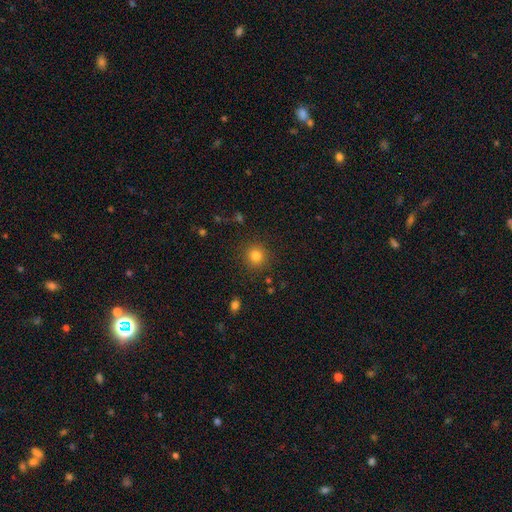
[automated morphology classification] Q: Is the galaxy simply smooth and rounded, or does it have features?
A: smooth — 82%.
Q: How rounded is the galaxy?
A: round — 92%.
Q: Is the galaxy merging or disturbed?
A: none — 89%.